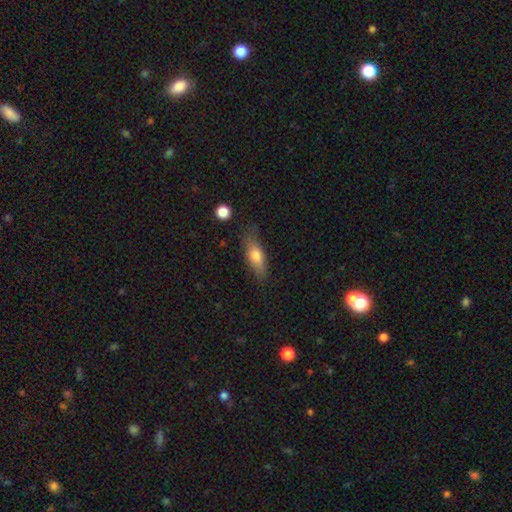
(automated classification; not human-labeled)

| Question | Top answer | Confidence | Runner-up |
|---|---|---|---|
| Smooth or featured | smooth | 72% | featured or disk (21%) |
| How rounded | in between | 63% | cigar-shaped (33%) |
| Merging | none | 69% | minor disturbance (22%) |